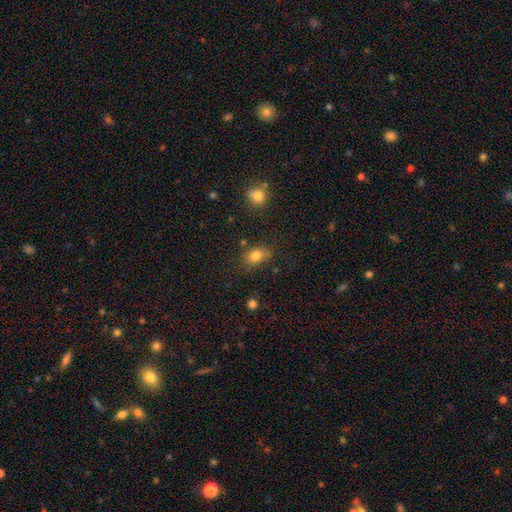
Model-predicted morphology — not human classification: A smooth galaxy with no disk features (81%) that is in between round and cigar-shaped (60%).

Vote fractions:
- Smooth or featured? smooth: 81% / star or artifact: 12% / featured or disk: 7%
- How rounded? in between: 60% / round: 39% / cigar-shaped: 1%
- Merging? none: 70% / minor disturbance: 19% / merger: 6% / major disturbance: 5%